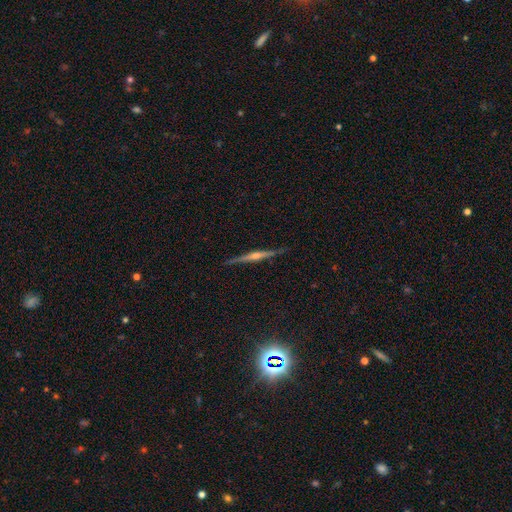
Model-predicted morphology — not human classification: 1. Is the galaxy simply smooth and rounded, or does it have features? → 78% featured or disk, 12% smooth, 10% star or artifact.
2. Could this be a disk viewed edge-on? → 98% yes, 2% no.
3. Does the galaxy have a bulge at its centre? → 82% rounded, 9% none, 8% boxy.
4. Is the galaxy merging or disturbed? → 91% none, 7% minor disturbance, 1% major disturbance, 1% merger.